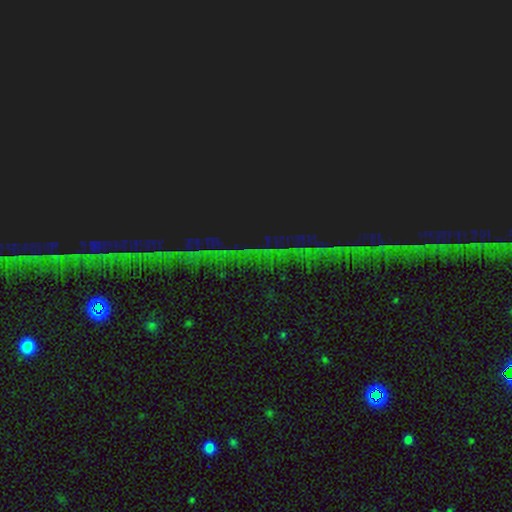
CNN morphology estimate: Overall: star or artifact (88%).